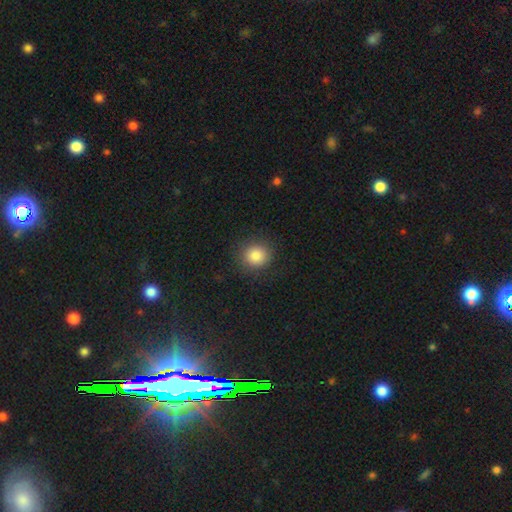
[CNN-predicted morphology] The model was most divided on "smooth or featured": smooth: 84%, star or artifact: 10%, featured or disk: 6%. More confident: merging — none (88%); how rounded — round (88%).